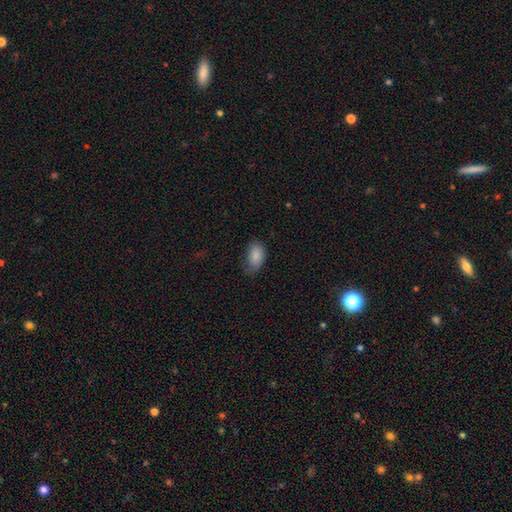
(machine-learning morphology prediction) smooth_or_featured: smooth (p=0.86) [alt: star or artifact p=0.07]
how_rounded: in between (p=0.93) [alt: round p=0.06]
merging: none (p=0.59) [alt: minor disturbance p=0.32]